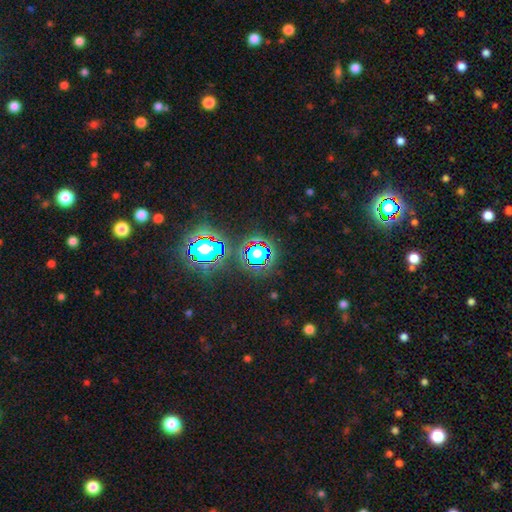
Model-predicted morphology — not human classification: A star or artifact, not a galaxy (77%).